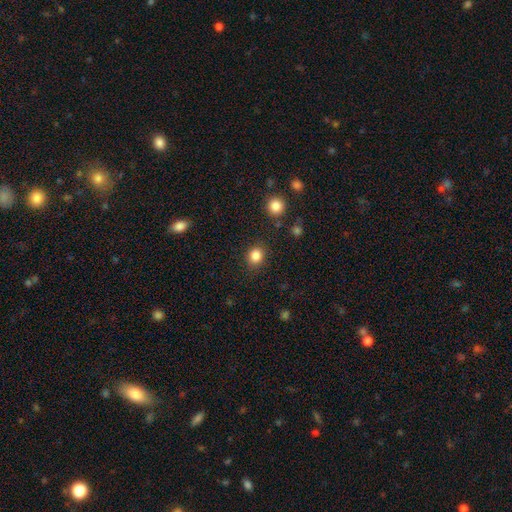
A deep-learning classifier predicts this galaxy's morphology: This appears to be a smooth galaxy with no disk features (85%) that is round (69%). Merging: none (85%).